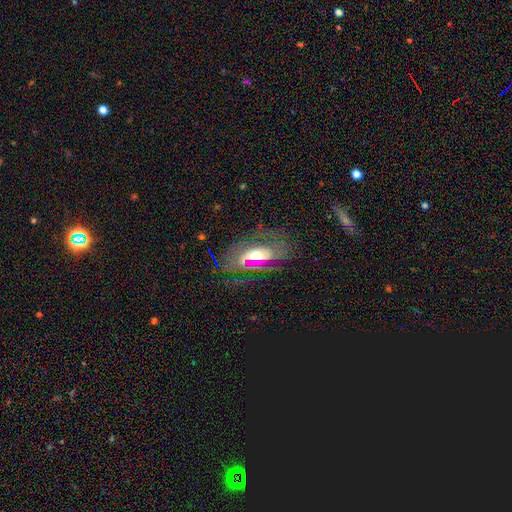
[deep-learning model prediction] This is likely a featured or disk galaxy (78%). It is clearly not viewed edge-on (90%). Bar: possibly no (54%). Spiral arm pattern: clearly yes (83%). Spiral arm count: possibly 2 (51%). Spiral winding: marginally tight (44%). Central bulge: likely moderate (65%). Merging: likely none (66%).